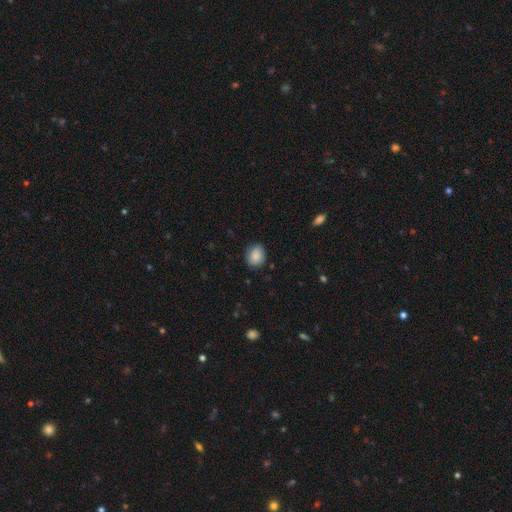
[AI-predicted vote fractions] This is clearly a smooth galaxy (87%). How rounded: possibly round (54%). Merging: clearly none (83%).